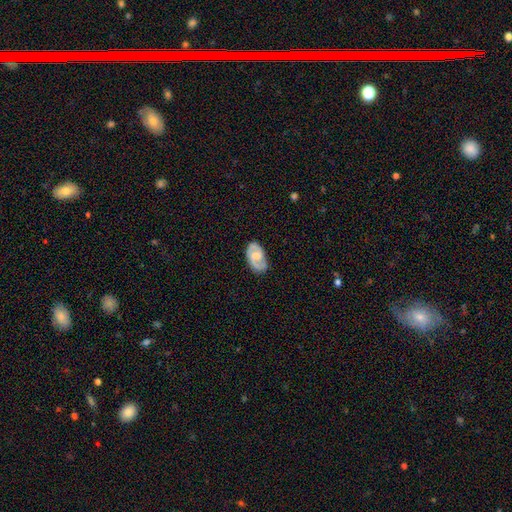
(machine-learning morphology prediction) smooth_or_featured: featured or disk (p=0.74) [alt: smooth p=0.20]
disk_edge_on: no (p=0.97) [alt: yes p=0.03]
bar: weak (p=0.48) [alt: no p=0.41]
has_spiral_arms: yes (p=0.90) [alt: no p=0.10]
spiral_winding: medium (p=0.49) [alt: tight p=0.35]
spiral_arm_count: 2 (p=0.85) [alt: can't tell p=0.07]
bulge_size: moderate (p=0.46) [alt: small p=0.30]
merging: none (p=0.79) [alt: minor disturbance p=0.15]